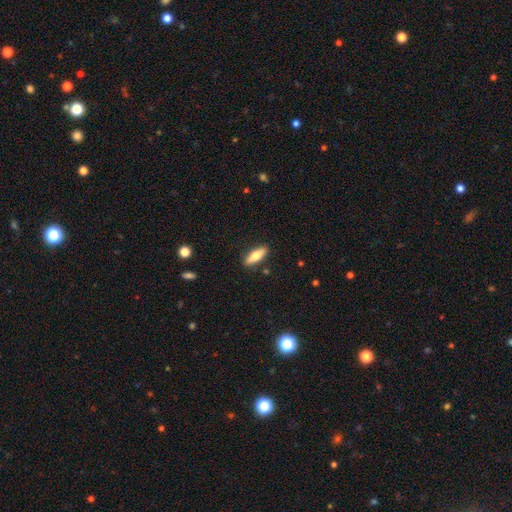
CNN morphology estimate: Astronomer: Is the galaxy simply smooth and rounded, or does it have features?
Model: smooth — 67%.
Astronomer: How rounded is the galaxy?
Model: in between — 50% (runner-up: cigar-shaped, 47%).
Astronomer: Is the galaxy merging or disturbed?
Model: none — 88%.